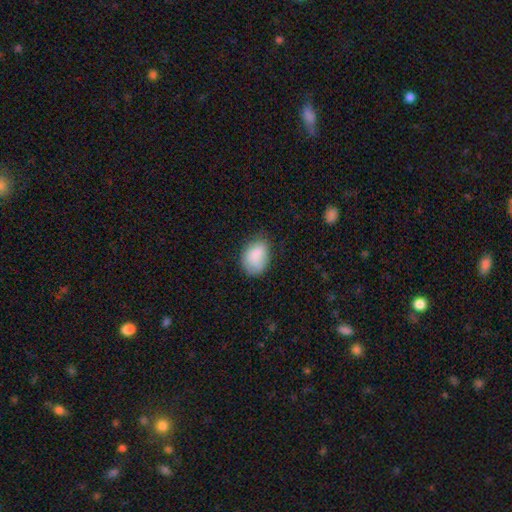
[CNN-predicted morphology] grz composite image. It shows a smooth galaxy with no disk features (84%) that is in between round and cigar-shaped (78%). Merging: none (64%).